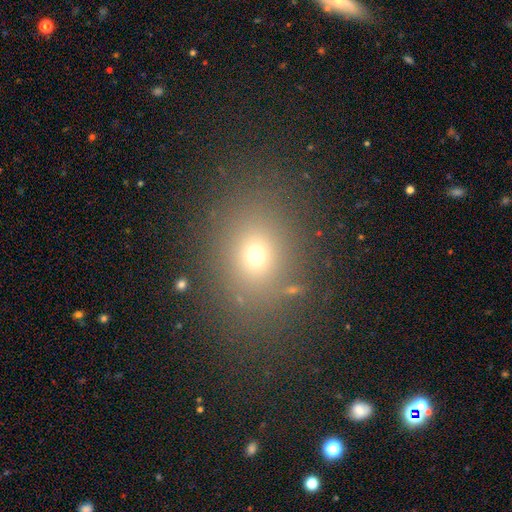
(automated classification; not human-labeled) A smooth galaxy with no disk features (65%) that is in between round and cigar-shaped (50%). Merging: none (83%).